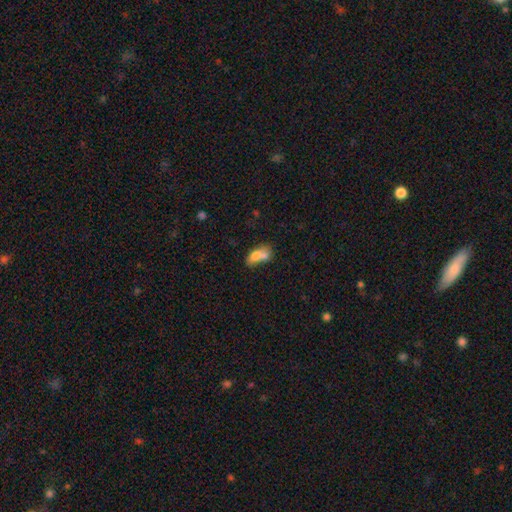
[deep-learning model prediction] smooth_or_featured: smooth (p=0.70) [alt: featured or disk p=0.22]
how_rounded: in between (p=0.80) [alt: round p=0.15]
merging: merger (p=0.67) [alt: none p=0.19]